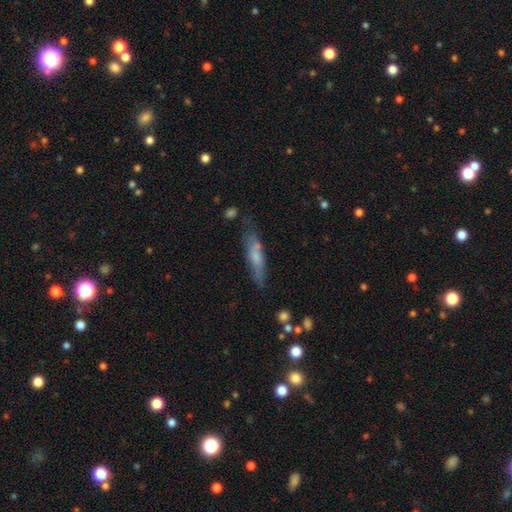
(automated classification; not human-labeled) A smooth galaxy with no disk features (55%) that is cigar-shaped (76%).

Vote fractions:
- Smooth or featured? smooth: 55% / featured or disk: 38% / star or artifact: 7%
- How rounded? cigar-shaped: 76% / in between: 22% / round: 2%
- Merging? none: 59% / minor disturbance: 25% / major disturbance: 10% / merger: 6%